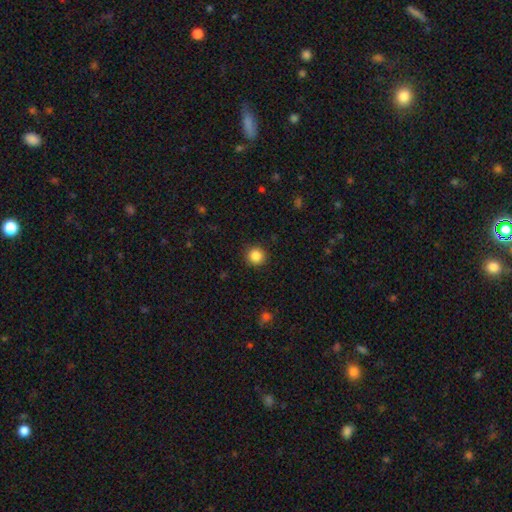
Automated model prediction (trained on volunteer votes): Smooth or featured? smooth (86%)
How rounded? round (94%)
Merging? none (91%)